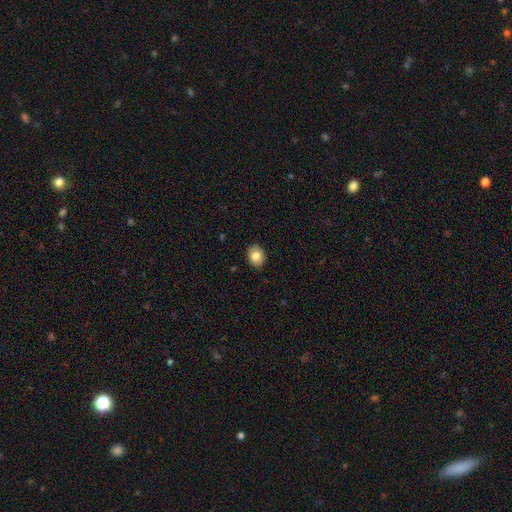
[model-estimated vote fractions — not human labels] A smooth galaxy with no disk features (82%) that is in between round and cigar-shaped (56%).

Vote fractions:
- Smooth or featured? smooth: 82% / featured or disk: 10% / star or artifact: 8%
- How rounded? in between: 56% / round: 43% / cigar-shaped: 1%
- Merging? none: 89% / minor disturbance: 8% / major disturbance: 2% / merger: 1%